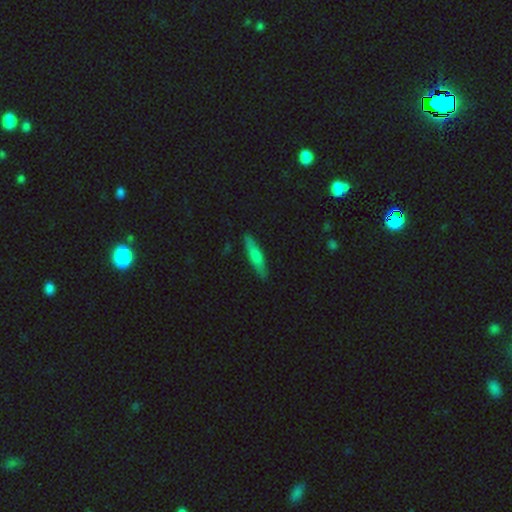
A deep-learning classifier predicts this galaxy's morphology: smooth-or-featured: smooth: 60% | featured or disk: 33% | star or artifact: 6%
  how-rounded: cigar-shaped: 84% | in between: 14% | round: 2%
  merging: none: 87% | minor disturbance: 10% | major disturbance: 2% | merger: 1%